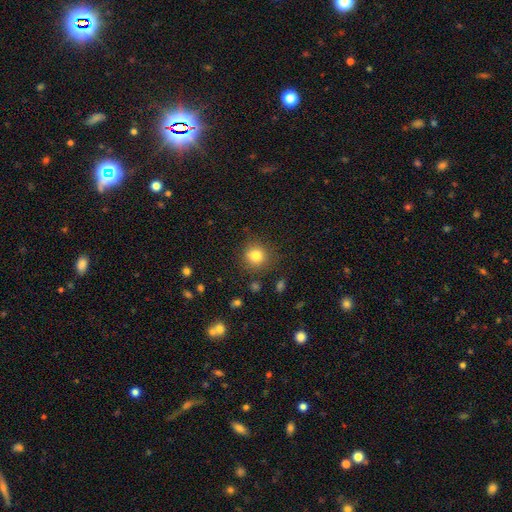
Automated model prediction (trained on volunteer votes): smooth-or-featured: smooth: 81% | star or artifact: 12% | featured or disk: 7%
  how-rounded: round: 90% | in between: 9% | cigar-shaped: 1%
  merging: none: 85% | minor disturbance: 10% | major disturbance: 3% | merger: 2%